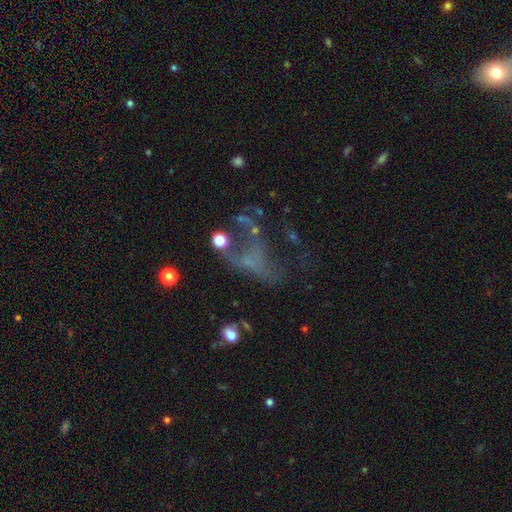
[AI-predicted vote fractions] Smooth or featured: featured or disk — 45% (star or artifact — 35%)
Merging: major disturbance — 43% (none — 32%)